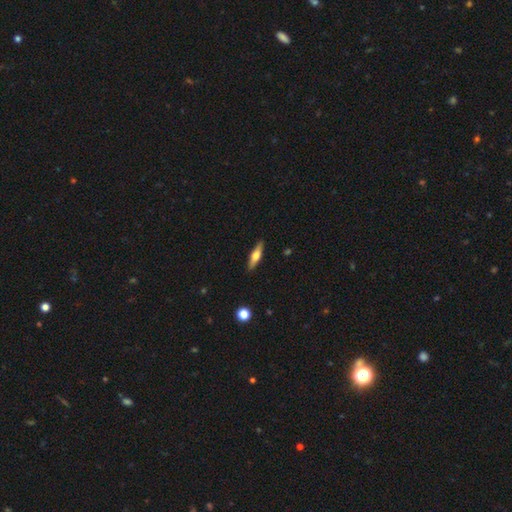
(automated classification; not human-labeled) The model was most divided on "smooth or featured": featured or disk: 48%, smooth: 46%, star or artifact: 6%. More confident: merging — none (89%).